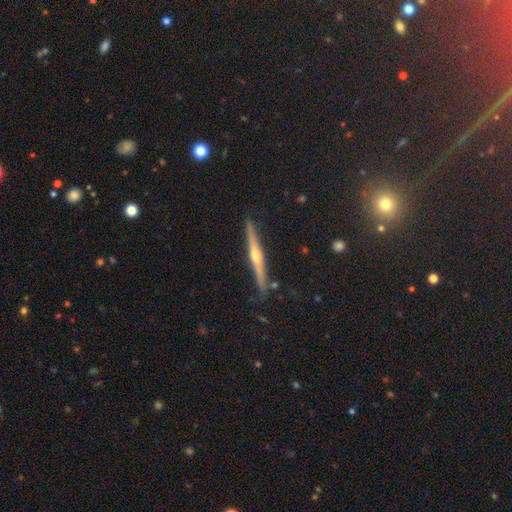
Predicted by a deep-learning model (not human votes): This is likely a featured or disk galaxy (74%). It is clearly viewed edge-on (98%). Edge-on bulge: clearly rounded (87%). Merging: clearly none (87%).